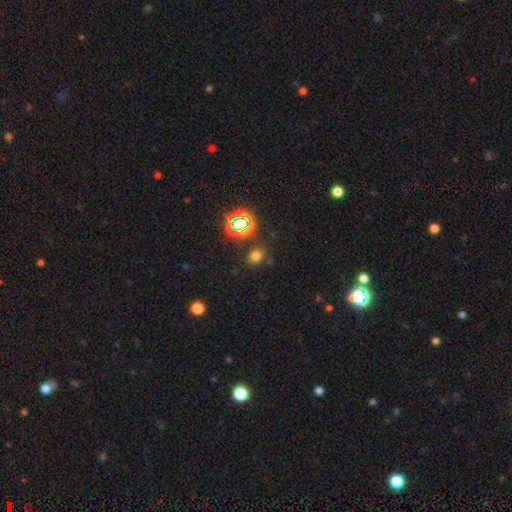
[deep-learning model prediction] smooth_or_featured: smooth (p=0.66) [alt: star or artifact p=0.28]
how_rounded: round (p=0.59) [alt: in between p=0.40]
merging: none (p=0.80) [alt: minor disturbance p=0.12]